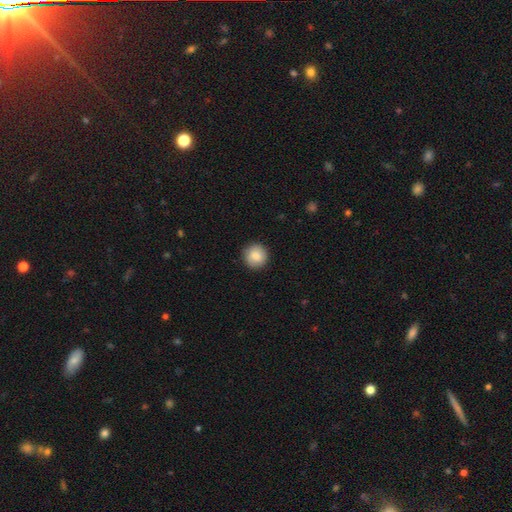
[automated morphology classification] type=smooth (87%); roundness=round (94%); merging=none (91%).